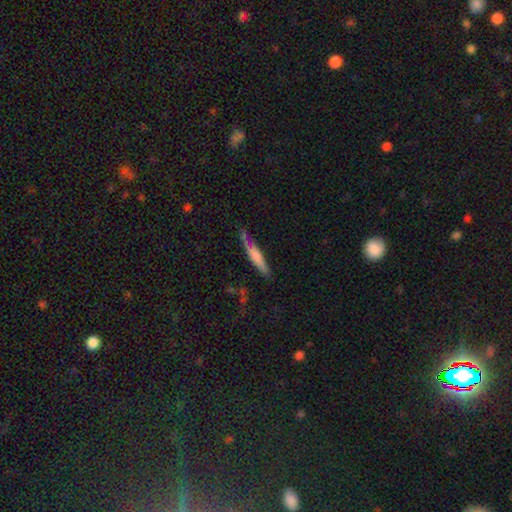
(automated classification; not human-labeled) smooth_or_featured: smooth (p=0.54) [alt: featured or disk p=0.40]
how_rounded: cigar-shaped (p=0.87) [alt: in between p=0.11]
merging: none (p=0.62) [alt: minor disturbance p=0.25]